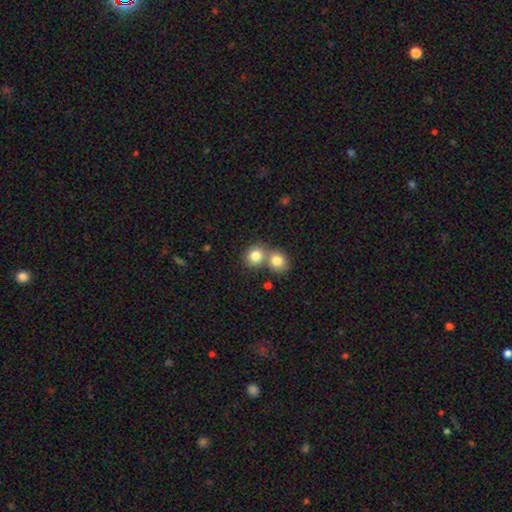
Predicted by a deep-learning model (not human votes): smooth_or_featured: smooth (p=0.81) [alt: star or artifact p=0.10]
how_rounded: round (p=0.81) [alt: in between p=0.18]
merging: merger (p=0.51) [alt: none p=0.41]